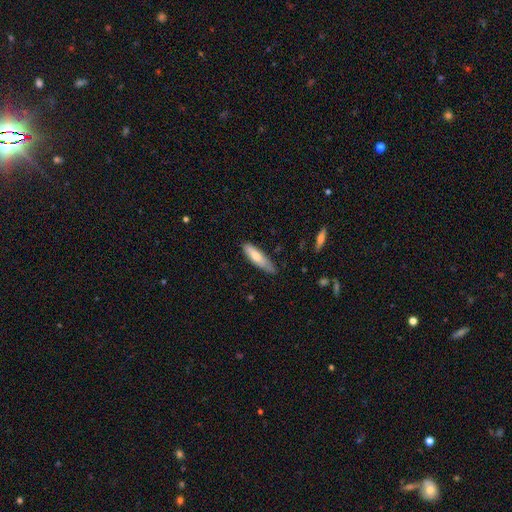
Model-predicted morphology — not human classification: smooth 69%, featured or disk 25%, star or artifact 6%. Down the decision tree: how rounded — cigar-shaped (68%); merging — none (69%).